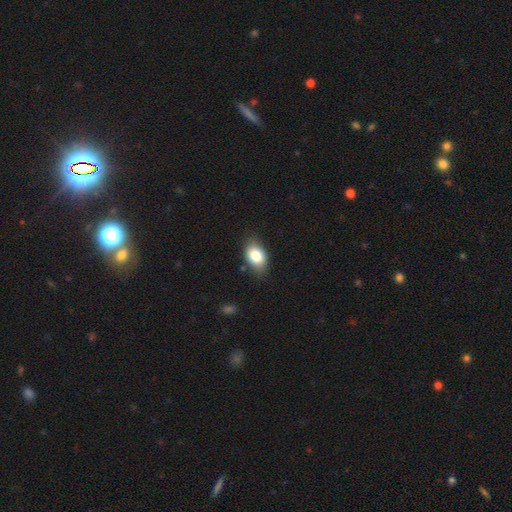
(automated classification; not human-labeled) Overall: smooth (82%). How rounded: in between (86%). Merging: none (77%).